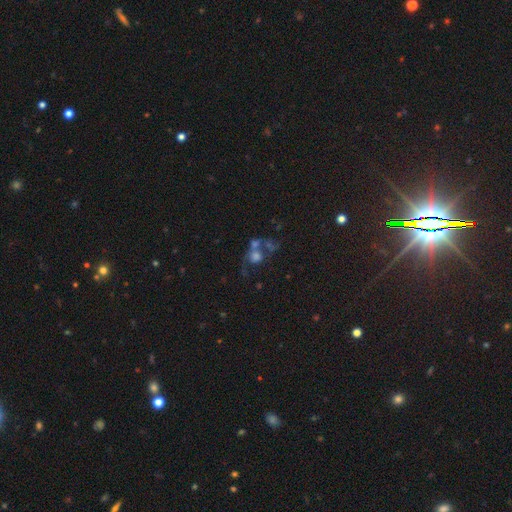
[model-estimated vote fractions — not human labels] smooth 47%, featured or disk 36%, star or artifact 17%. Down the decision tree: merging — merger (46%).